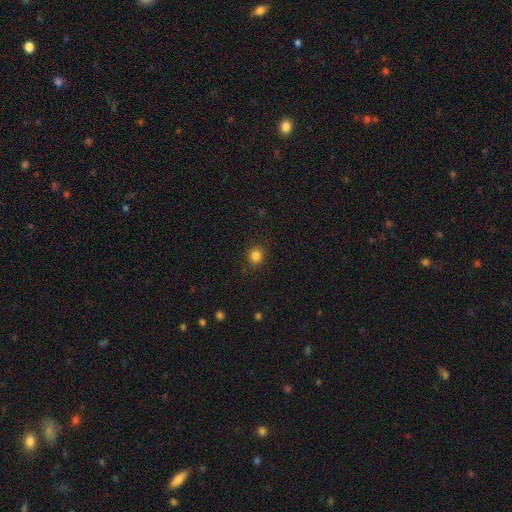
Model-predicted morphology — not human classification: type=smooth (84%); roundness=round (89%); merging=none (90%).